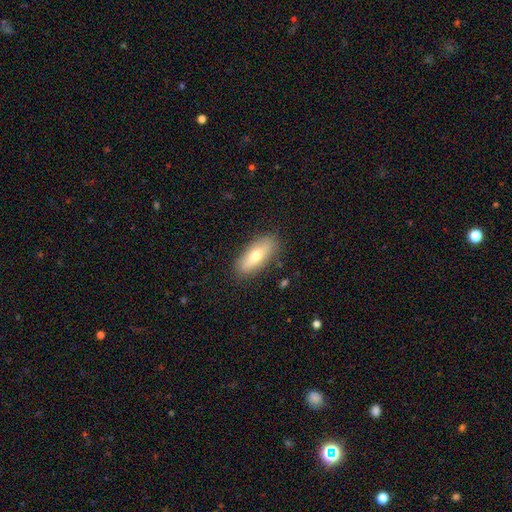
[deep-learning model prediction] This is likely a smooth galaxy (68%). How rounded: likely in between (74%). Merging: clearly none (86%).